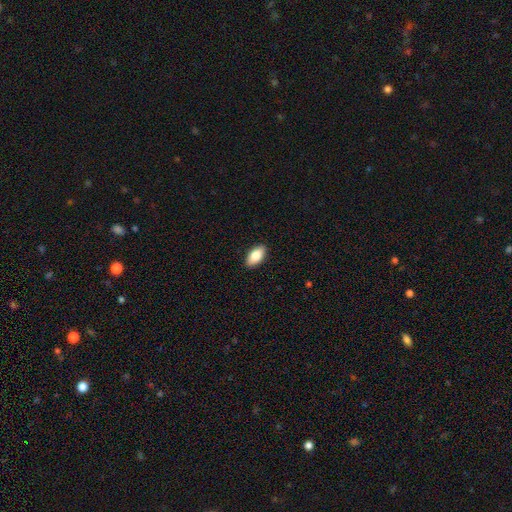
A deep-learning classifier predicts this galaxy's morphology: This is clearly a smooth galaxy (83%). How rounded: clearly in between (92%). Merging: clearly none (90%).